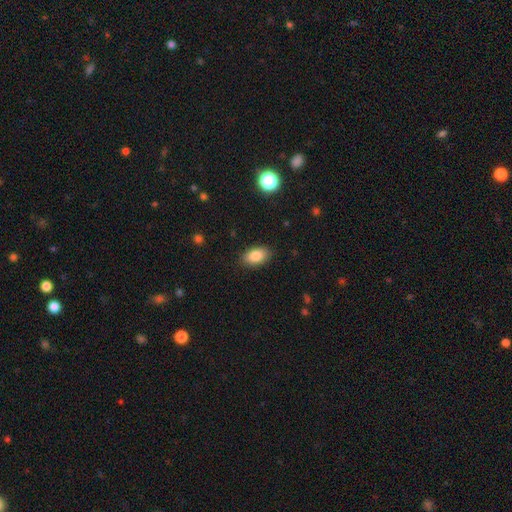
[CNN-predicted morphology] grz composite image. It shows a smooth galaxy with no disk features (85%) that is in between round and cigar-shaped (91%). Merging: none (87%).